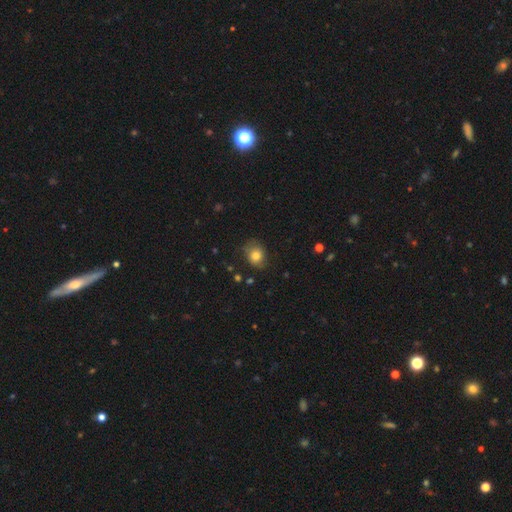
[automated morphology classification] This is likely a smooth galaxy (79%). How rounded: possibly round (59%). Merging: likely none (70%).